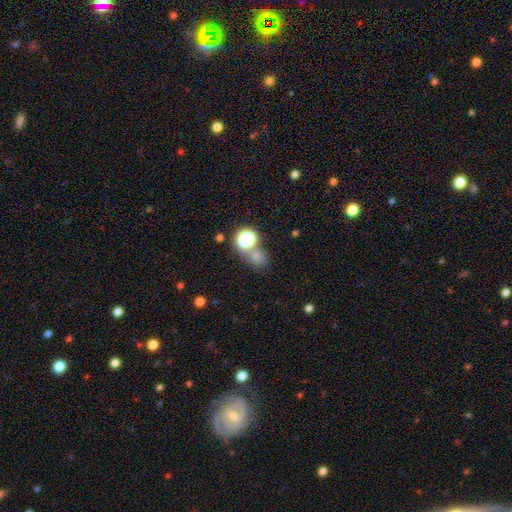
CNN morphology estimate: smooth 66%, star or artifact 27%, featured or disk 7%. Down the decision tree: how rounded — round (71%); merging — none (56%).